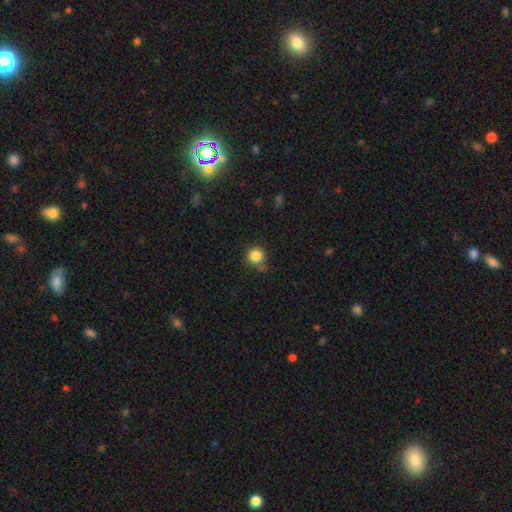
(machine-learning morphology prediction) This is clearly a smooth galaxy (84%). How rounded: clearly round (94%). Merging: likely none (72%).